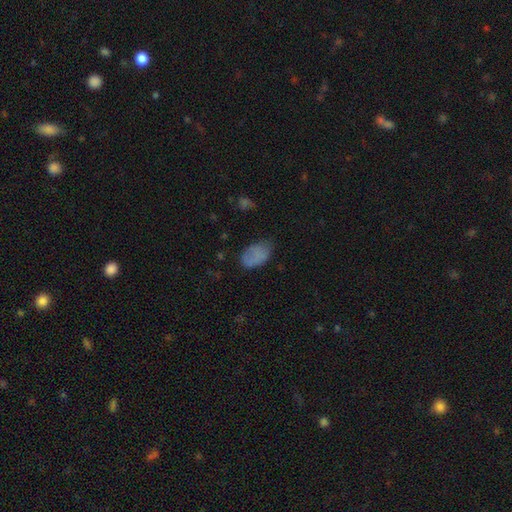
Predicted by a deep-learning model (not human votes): smooth-or-featured: smooth: 76% | featured or disk: 13% | star or artifact: 11%
  how-rounded: in between: 91% | round: 7% | cigar-shaped: 2%
  merging: none: 58% | minor disturbance: 29% | major disturbance: 11% | merger: 2%